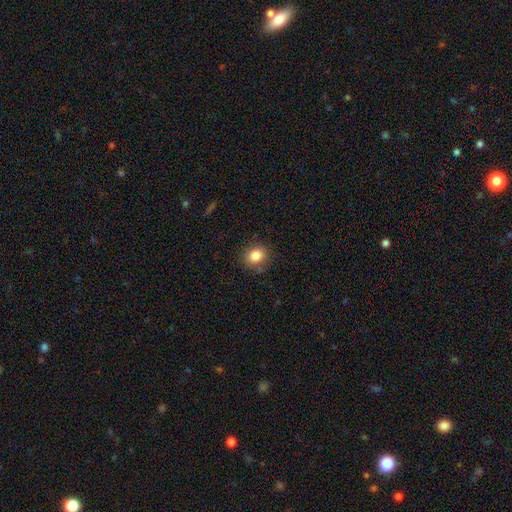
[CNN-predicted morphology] smooth-or-featured: smooth: 84% | star or artifact: 10% | featured or disk: 6%
  how-rounded: round: 66% | in between: 34% | cigar-shaped: 1%
  merging: none: 83% | minor disturbance: 12% | major disturbance: 3% | merger: 1%